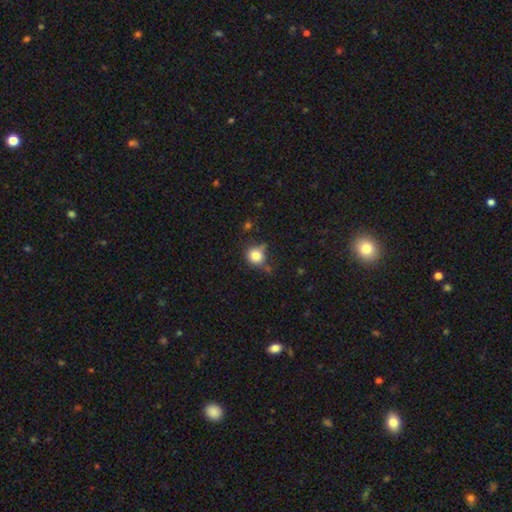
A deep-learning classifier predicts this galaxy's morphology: Smooth or featured: smooth — 81% (star or artifact — 11%)
How rounded: round — 81% (in between — 18%)
Merging: none — 60% (minor disturbance — 26%)